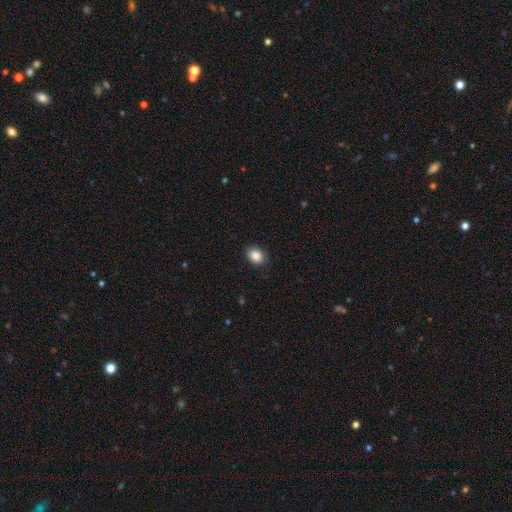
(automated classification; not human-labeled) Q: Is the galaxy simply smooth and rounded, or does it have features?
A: smooth — 87%.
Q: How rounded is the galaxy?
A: in between — 60%.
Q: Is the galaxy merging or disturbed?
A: none — 88%.